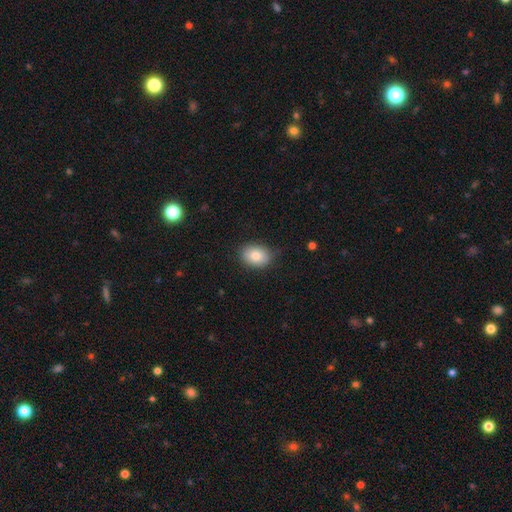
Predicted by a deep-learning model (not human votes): Overall: smooth (82%). How rounded: in between (64%; round 36%). Merging: none (82%).